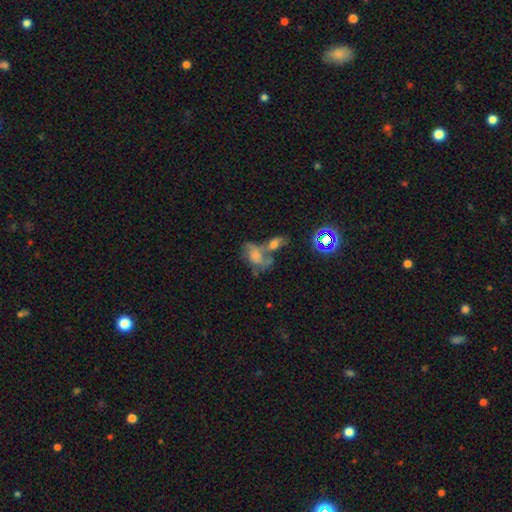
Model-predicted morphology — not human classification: type=smooth (52%); roundness=in between (85%); merging=merger (54%).